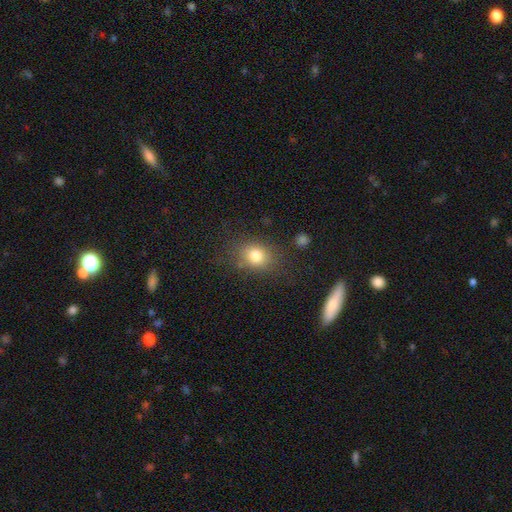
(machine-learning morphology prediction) Smooth or featured: smooth — 79% (star or artifact — 12%)
How rounded: round — 58% (in between — 41%)
Merging: none — 78% (minor disturbance — 14%)